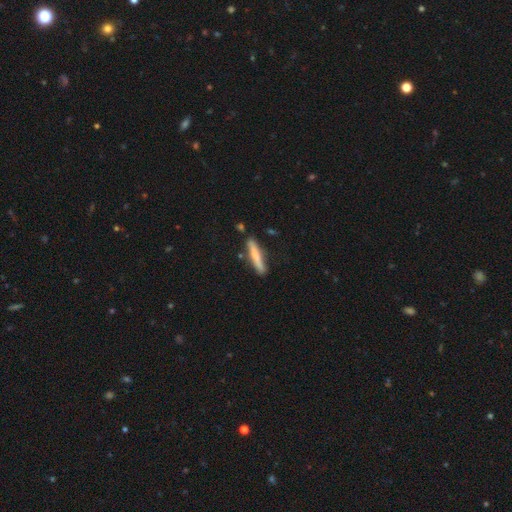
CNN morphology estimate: type=smooth (64%); roundness=cigar-shaped (91%); merging=none (83%).